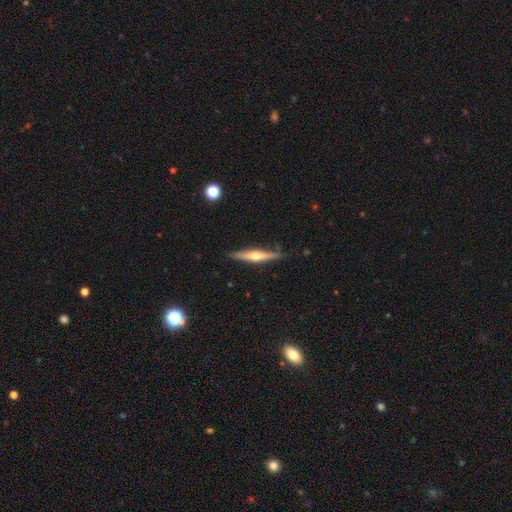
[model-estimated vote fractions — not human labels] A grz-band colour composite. It shows a featured or disk galaxy (66%) viewed edge-on (96%) with a rounded central bulge (92%). Merging: none (82%).